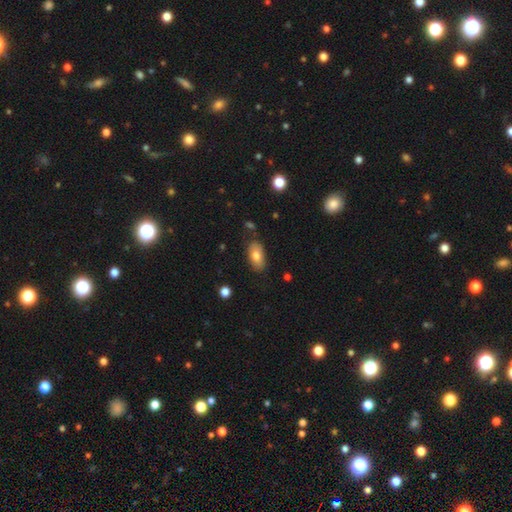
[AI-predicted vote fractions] A smooth galaxy with no disk features (76%) that is in between round and cigar-shaped (91%). Merging: none (80%).